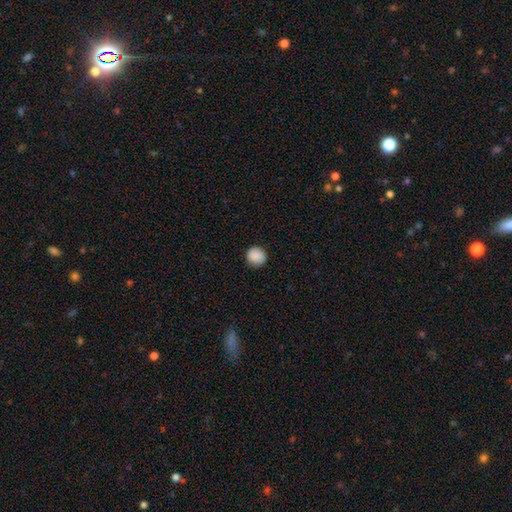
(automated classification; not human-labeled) smooth_or_featured: smooth (p=0.89) [alt: star or artifact p=0.08]
how_rounded: round (p=0.91) [alt: in between p=0.08]
merging: none (p=0.89) [alt: minor disturbance p=0.08]